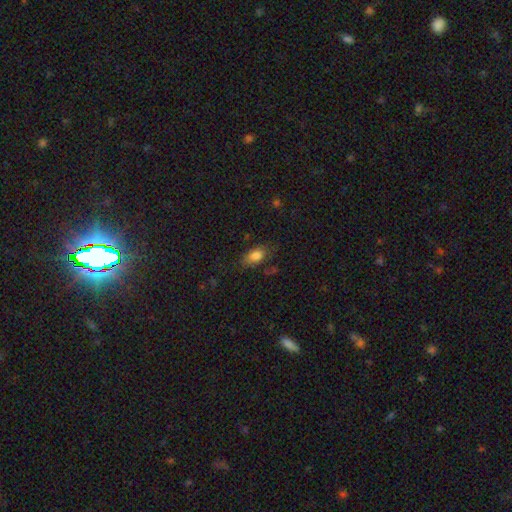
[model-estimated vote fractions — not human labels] Smooth or featured? Predicted: smooth (p=0.80). How rounded? Predicted: in between (p=0.85). Merging? Predicted: none (p=0.69).